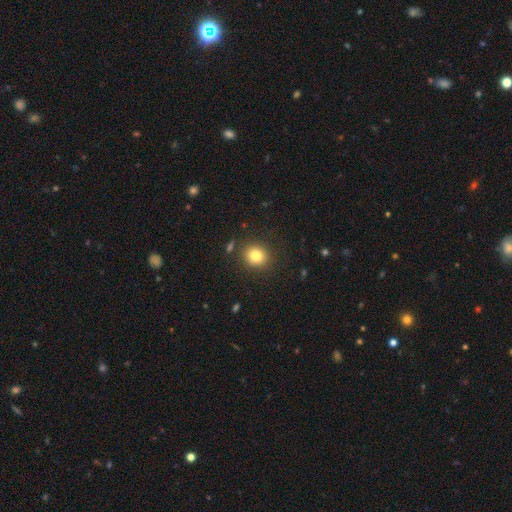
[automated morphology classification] This appears to be a smooth galaxy with no disk features (81%) that is round (83%). Merging: none (86%).